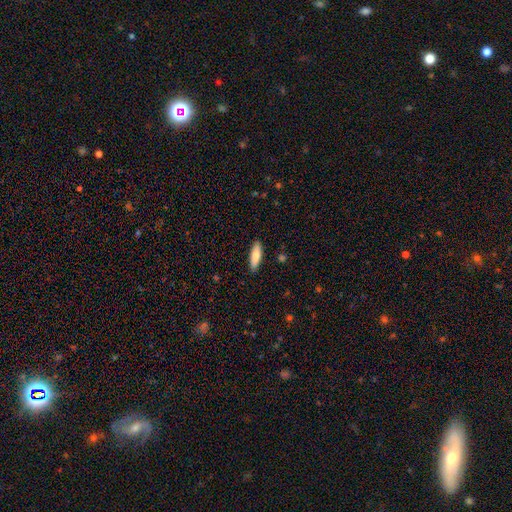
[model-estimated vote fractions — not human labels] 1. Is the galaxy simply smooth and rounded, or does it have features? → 79% smooth, 16% featured or disk, 6% star or artifact.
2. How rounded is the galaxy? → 55% cigar-shaped, 43% in between, 2% round.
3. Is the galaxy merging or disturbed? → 89% none, 8% minor disturbance, 2% major disturbance, 1% merger.